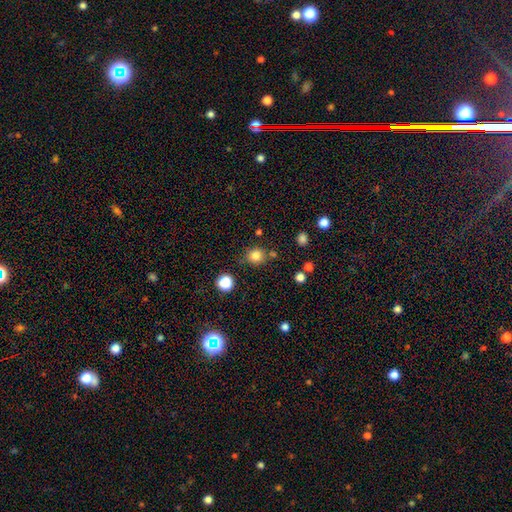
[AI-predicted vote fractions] Smooth or featured? smooth (82%)
How rounded? round (82%)
Merging? none (76%)